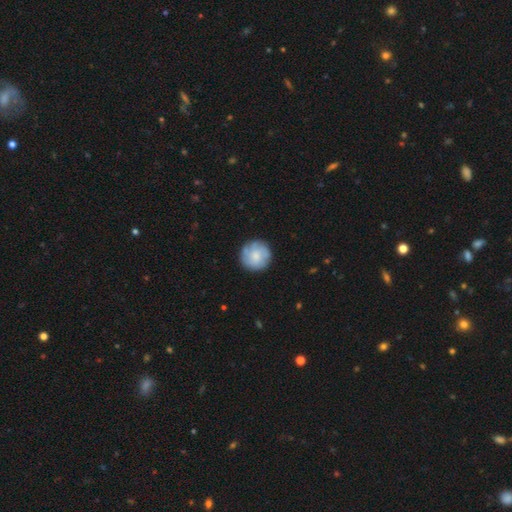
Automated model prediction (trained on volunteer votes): Smooth or featured?
  - smooth: 60% *
  - featured or disk: 33%
  - star or artifact: 7%
How rounded?
  - round: 94% *
  - in between: 5%
  - cigar-shaped: 1%
Merging?
  - none: 83% *
  - minor disturbance: 13%
  - major disturbance: 4%
  - merger: 1%